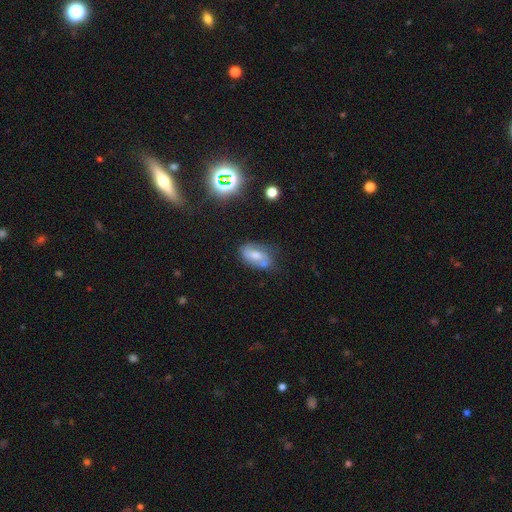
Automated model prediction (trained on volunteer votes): smooth-or-featured: featured or disk: 46% | smooth: 42% | star or artifact: 12%
  merging: none: 55% | minor disturbance: 25% | merger: 11% | major disturbance: 8%